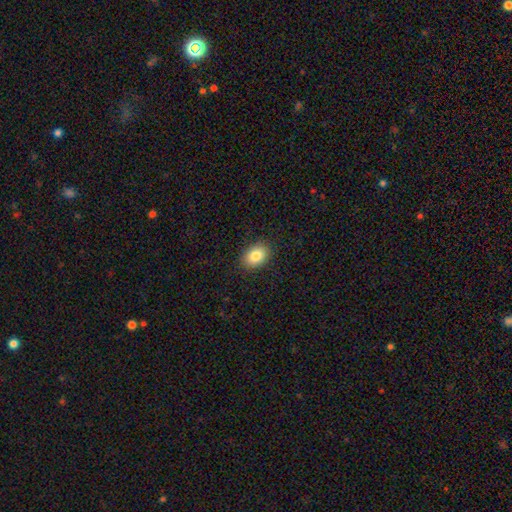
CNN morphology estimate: smooth-or-featured: smooth: 85% | star or artifact: 8% | featured or disk: 7%
  how-rounded: in between: 77% | round: 22% | cigar-shaped: 1%
  merging: none: 89% | minor disturbance: 8% | major disturbance: 2% | merger: 1%